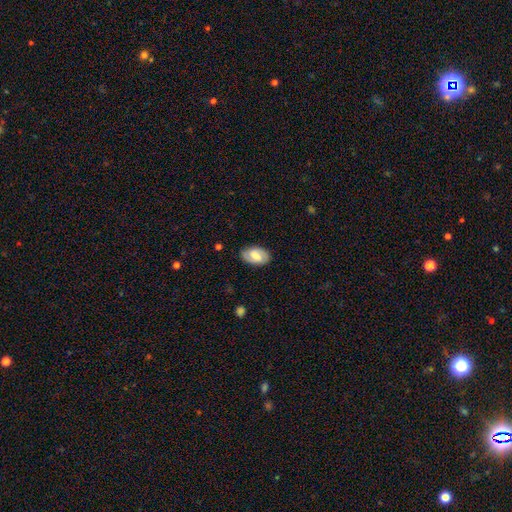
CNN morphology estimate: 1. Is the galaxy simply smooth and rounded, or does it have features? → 55% smooth, 38% featured or disk, 7% star or artifact.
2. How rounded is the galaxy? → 93% in between, 5% round, 2% cigar-shaped.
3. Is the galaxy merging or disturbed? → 82% none, 14% minor disturbance, 3% major disturbance, 1% merger.